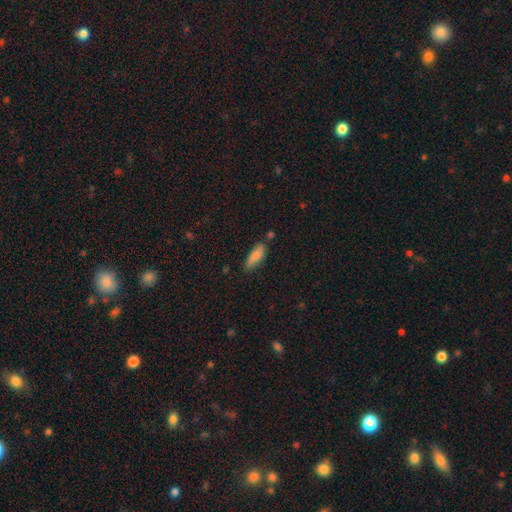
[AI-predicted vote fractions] A smooth galaxy with no disk features (79%) that is in between round and cigar-shaped (66%). Merging: none (70%).